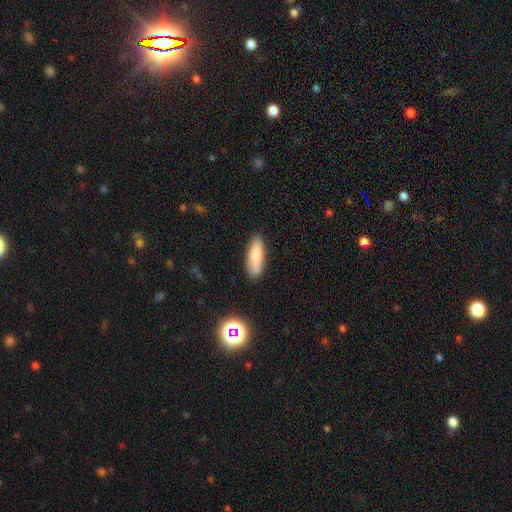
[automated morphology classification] Smooth or featured?
  - smooth: 81% *
  - featured or disk: 12%
  - star or artifact: 7%
How rounded?
  - in between: 50% *
  - cigar-shaped: 48%
  - round: 2%
Merging?
  - none: 82% *
  - minor disturbance: 13%
  - major disturbance: 3%
  - merger: 2%